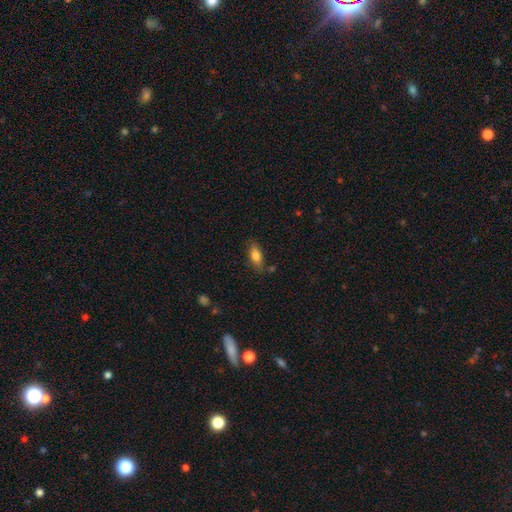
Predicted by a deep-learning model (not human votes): This is likely a smooth galaxy (78%). How rounded: likely in between (79%). Merging: likely none (76%).